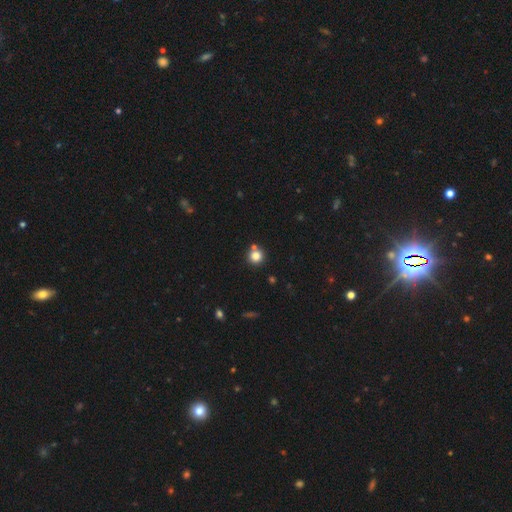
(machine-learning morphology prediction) A smooth galaxy with no disk features (82%) that is round (94%).

Vote fractions:
- Smooth or featured? smooth: 82% / star or artifact: 12% / featured or disk: 6%
- How rounded? round: 94% / in between: 5% / cigar-shaped: 1%
- Merging? none: 76% / merger: 14% / minor disturbance: 7% / major disturbance: 2%